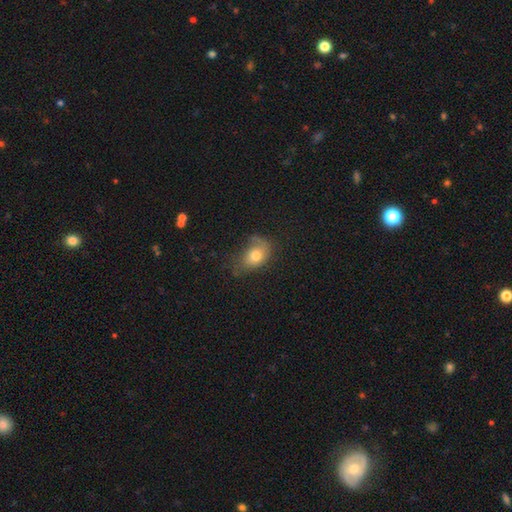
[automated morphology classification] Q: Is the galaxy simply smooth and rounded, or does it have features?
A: smooth — 72%.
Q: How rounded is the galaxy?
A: in between — 75%.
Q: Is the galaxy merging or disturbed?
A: none — 46%.